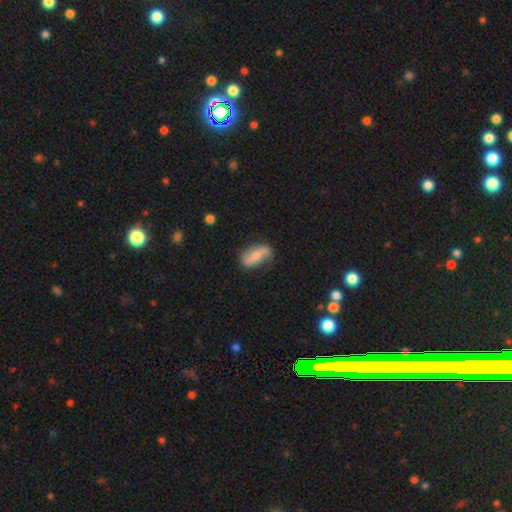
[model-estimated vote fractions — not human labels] Smooth or featured? featured or disk (48%)
Merging? none (66%)